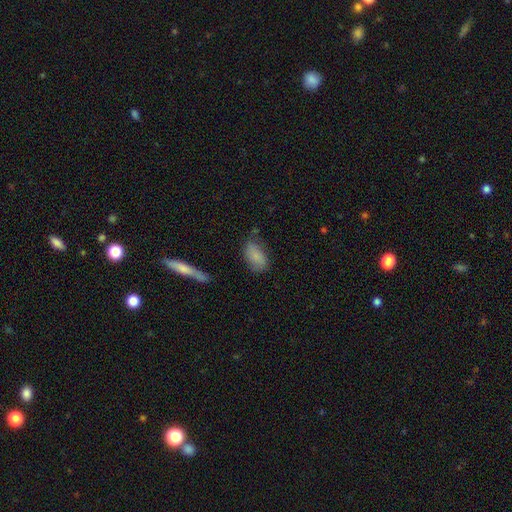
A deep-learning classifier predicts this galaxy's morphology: Smooth or featured? Predicted: smooth (p=0.80). How rounded? Predicted: in between (p=0.90). Merging? Predicted: none (p=0.64).